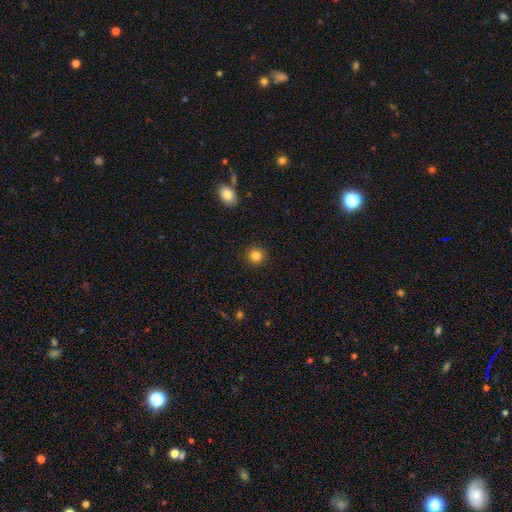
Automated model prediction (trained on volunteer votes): smooth-or-featured: smooth: 83% | star or artifact: 11% | featured or disk: 5%
  how-rounded: round: 91% | in between: 8% | cigar-shaped: 1%
  merging: none: 92% | minor disturbance: 5% | major disturbance: 2% | merger: 1%